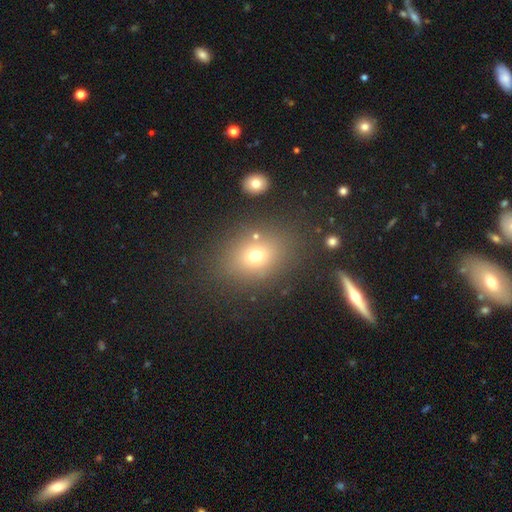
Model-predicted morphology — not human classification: Smooth or featured? smooth (68%)
How rounded? in between (59%)
Merging? none (80%)